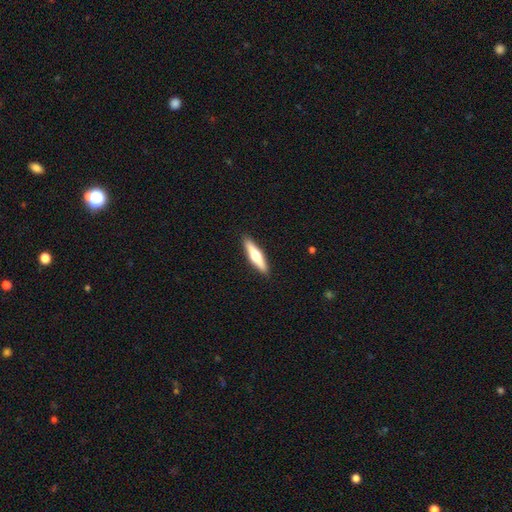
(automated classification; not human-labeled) smooth-or-featured: featured or disk: 48% | smooth: 47% | star or artifact: 5%
  merging: none: 91% | minor disturbance: 6% | major disturbance: 1% | merger: 1%